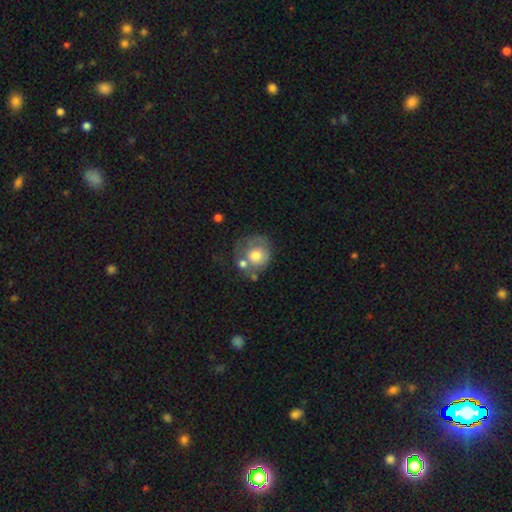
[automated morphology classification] Overall: smooth (59%; featured or disk 34%). How rounded: round (82%). Merging: none (40%; merger 23%).